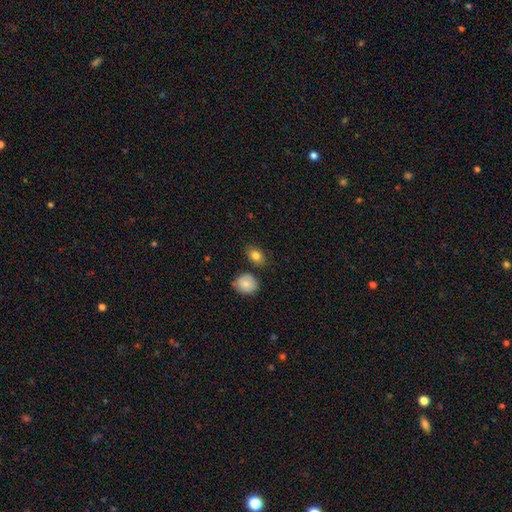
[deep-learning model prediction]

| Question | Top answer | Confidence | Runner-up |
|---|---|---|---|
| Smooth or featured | smooth | 83% | featured or disk (9%) |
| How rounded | in between | 68% | round (30%) |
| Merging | none | 76% | minor disturbance (14%) |